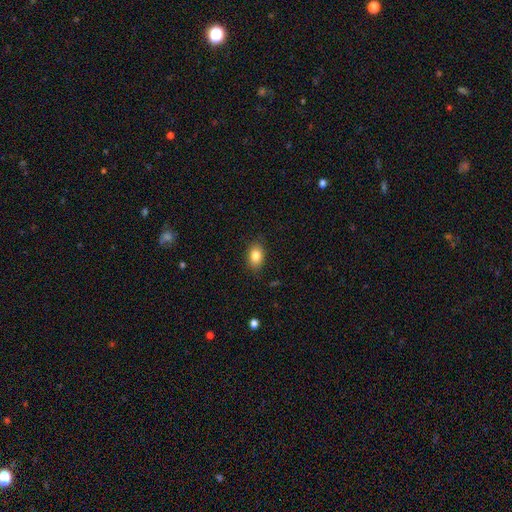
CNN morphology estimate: Overall: smooth (84%). How rounded: in between (82%). Merging: none (85%).